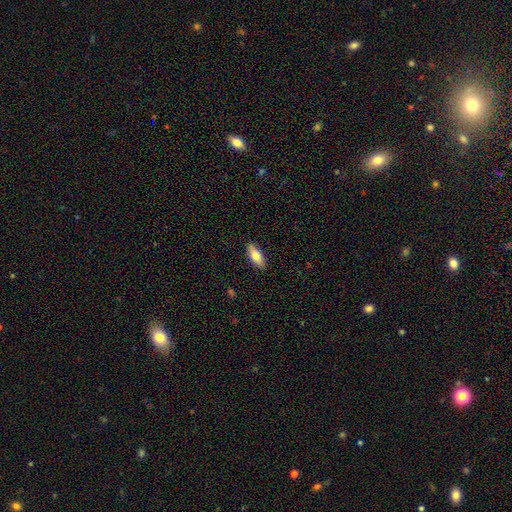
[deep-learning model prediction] smooth-or-featured: smooth: 75% | featured or disk: 19% | star or artifact: 6%
  how-rounded: in between: 75% | cigar-shaped: 23% | round: 2%
  merging: none: 89% | minor disturbance: 8% | major disturbance: 2% | merger: 1%